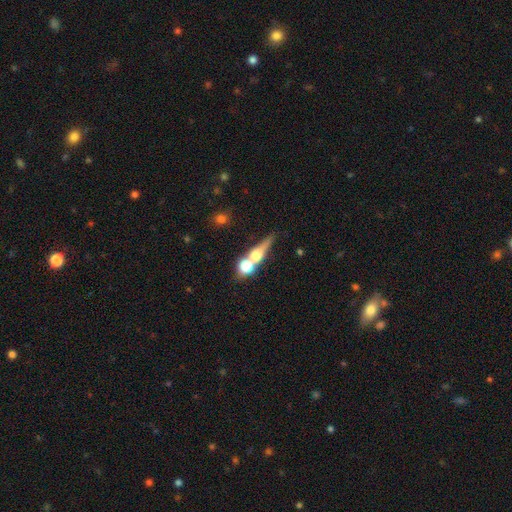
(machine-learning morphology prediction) The model was most divided on "smooth or featured": featured or disk: 45%, smooth: 43%, star or artifact: 12%. Remaining: merging — merger (45%).